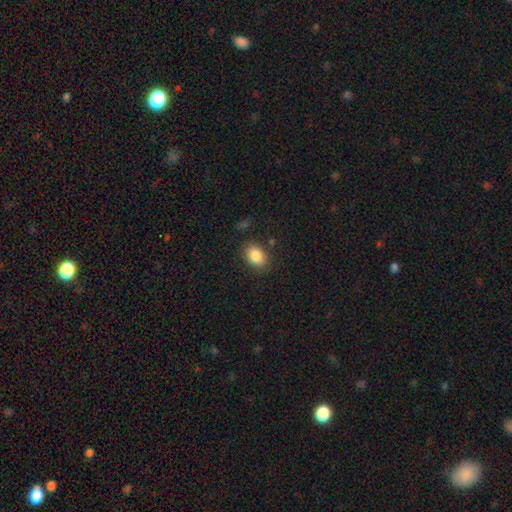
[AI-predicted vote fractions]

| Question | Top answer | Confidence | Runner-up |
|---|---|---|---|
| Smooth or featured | smooth | 86% | star or artifact (8%) |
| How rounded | in between | 76% | round (23%) |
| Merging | none | 83% | minor disturbance (12%) |